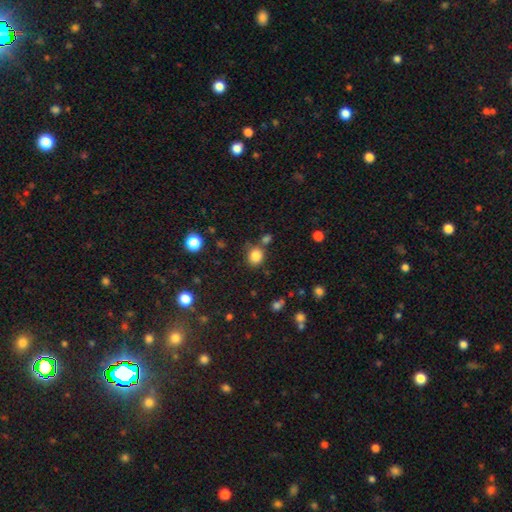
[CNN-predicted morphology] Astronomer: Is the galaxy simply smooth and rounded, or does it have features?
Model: smooth — 83%.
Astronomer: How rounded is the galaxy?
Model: round — 77%.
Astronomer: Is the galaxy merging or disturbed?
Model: none — 74%.